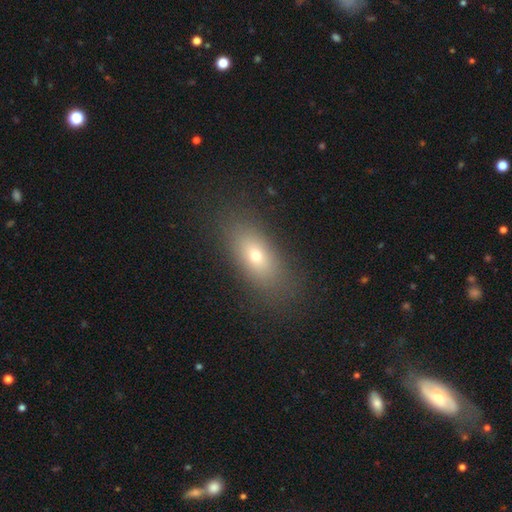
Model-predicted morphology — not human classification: smooth 67%, featured or disk 20%, star or artifact 14%. Down the decision tree: how rounded — in between (76%); merging — none (84%).